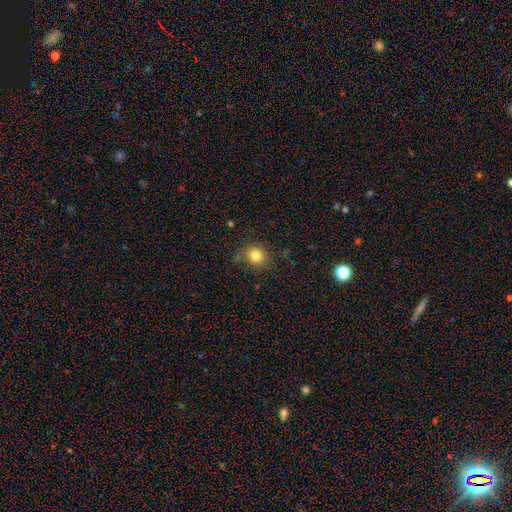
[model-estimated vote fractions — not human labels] This appears to be a smooth galaxy with no disk features (81%) that is round (81%). Merging: none (80%).